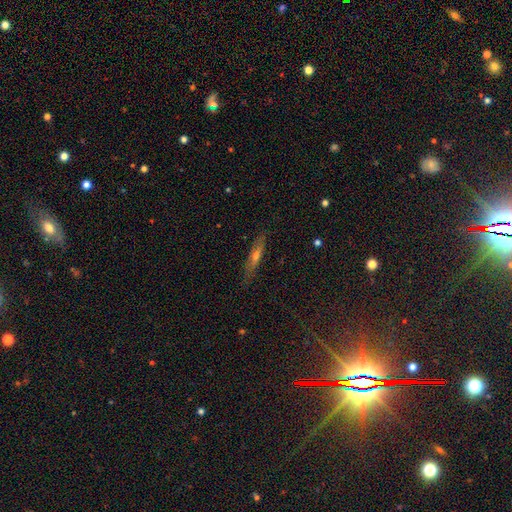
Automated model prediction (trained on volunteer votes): A featured or disk galaxy (51%) viewed edge-on (85%). Merging: none (84%).